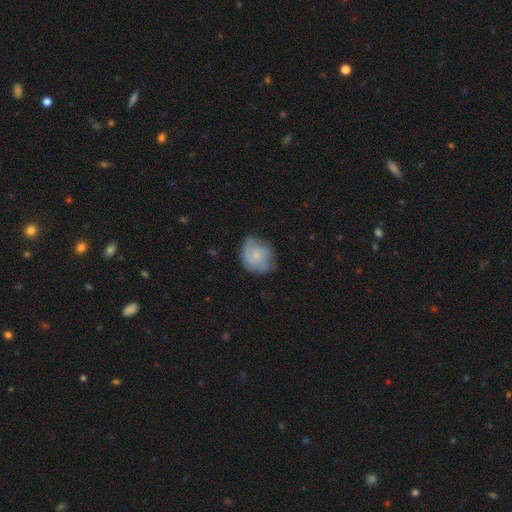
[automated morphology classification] This is possibly a featured or disk galaxy (53%). It is clearly not viewed edge-on (98%). Bar: likely no (73%). Spiral arm pattern: clearly yes (85%). Central bulge: likely small (68%). Merging: likely none (64%).